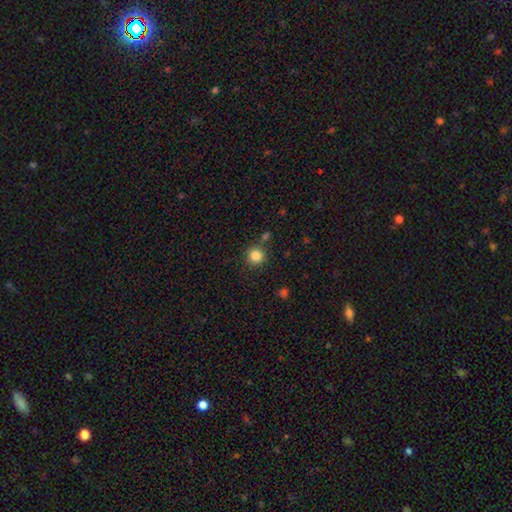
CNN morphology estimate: smooth 85%, star or artifact 11%, featured or disk 4%. Down the decision tree: how rounded — round (94%); merging — none (83%).